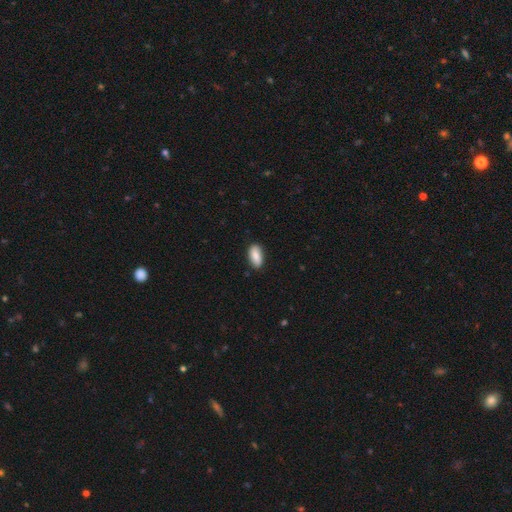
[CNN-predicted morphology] A smooth galaxy with no disk features (81%) that is in between round and cigar-shaped (89%).

Vote fractions:
- Smooth or featured? smooth: 81% / featured or disk: 12% / star or artifact: 6%
- How rounded? in between: 89% / cigar-shaped: 8% / round: 3%
- Merging? none: 86% / minor disturbance: 11% / major disturbance: 2% / merger: 1%